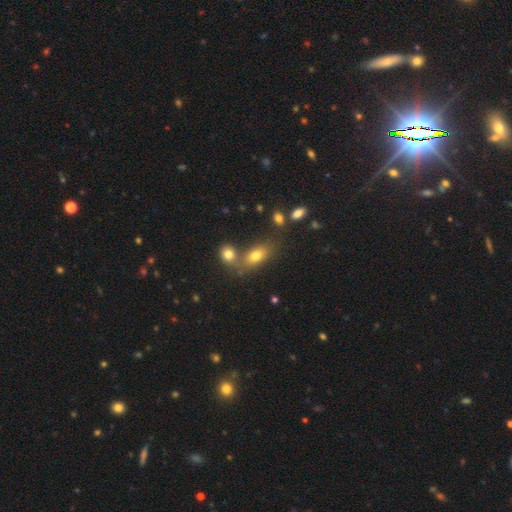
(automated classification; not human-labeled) This is likely a smooth galaxy (73%). How rounded: likely in between (80%). Merging: possibly none (53%).